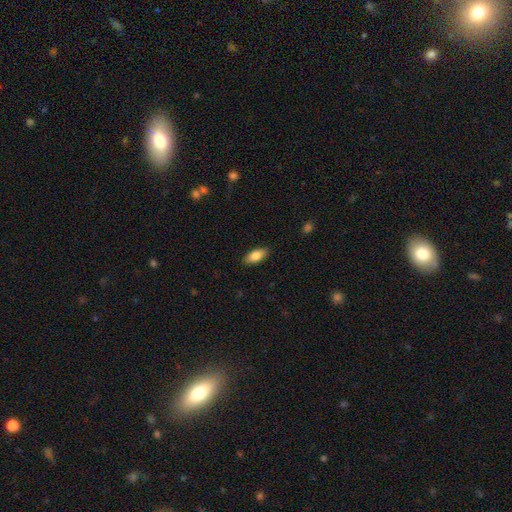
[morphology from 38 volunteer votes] A smooth galaxy with no disk features (82%) that is in between round and cigar-shaped (97%). Merging: none (91%).